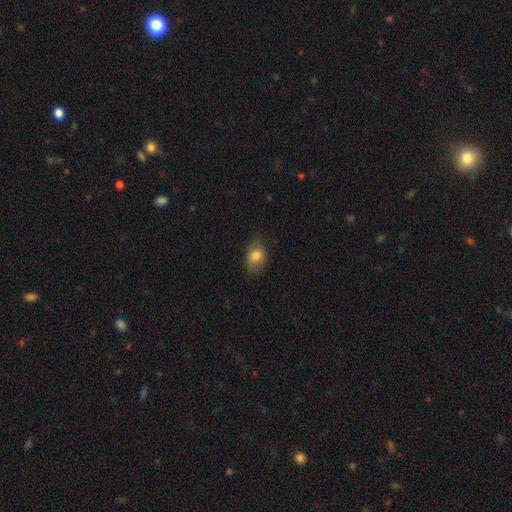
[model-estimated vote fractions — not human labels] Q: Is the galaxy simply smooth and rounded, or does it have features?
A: smooth — 80%.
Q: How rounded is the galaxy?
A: in between — 77%.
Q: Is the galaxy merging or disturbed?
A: none — 76%.